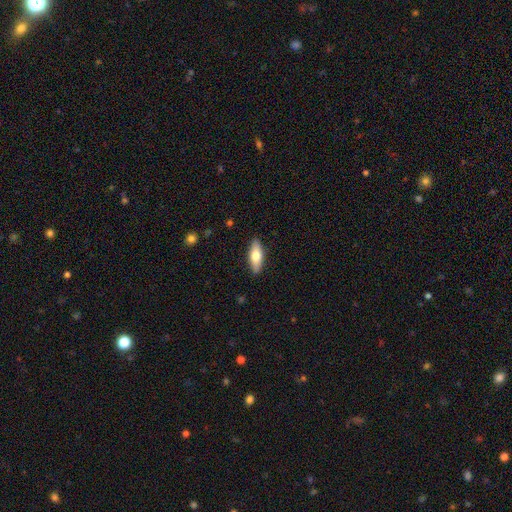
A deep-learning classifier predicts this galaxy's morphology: A smooth galaxy with no disk features (65%) that is in between round and cigar-shaped (68%). Merging: none (88%).